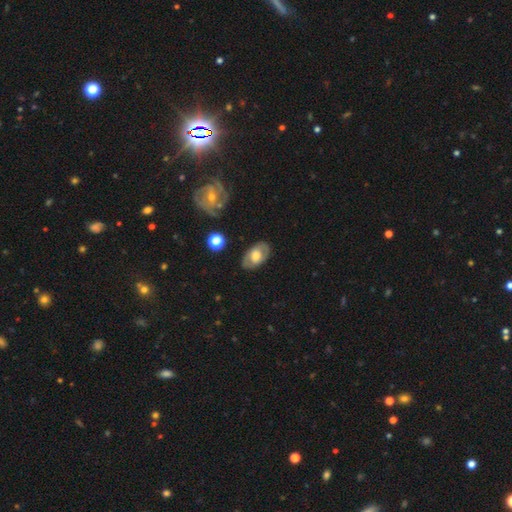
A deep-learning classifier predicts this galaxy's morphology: smooth-or-featured: smooth: 51% | featured or disk: 42% | star or artifact: 7%
  how-rounded: in between: 90% | round: 9% | cigar-shaped: 2%
  merging: none: 82% | minor disturbance: 13% | major disturbance: 3% | merger: 2%